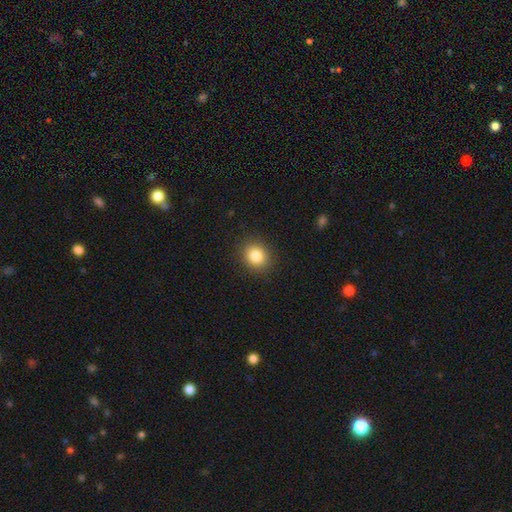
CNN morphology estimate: A smooth galaxy with no disk features (84%) that is round (71%). Merging: none (90%).